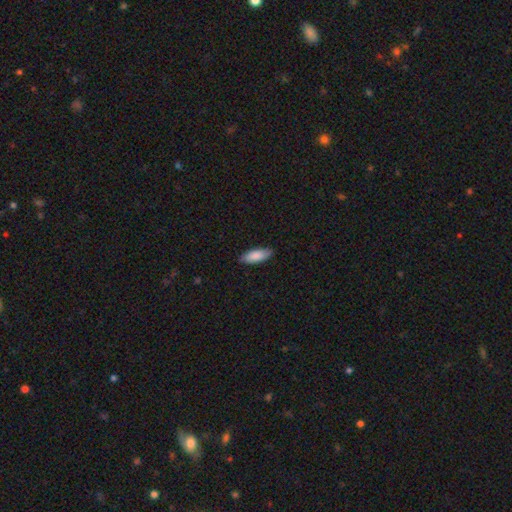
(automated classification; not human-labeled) smooth-or-featured: smooth: 86% | featured or disk: 8% | star or artifact: 5%
  how-rounded: in between: 75% | cigar-shaped: 24% | round: 2%
  merging: none: 85% | minor disturbance: 12% | major disturbance: 2% | merger: 1%